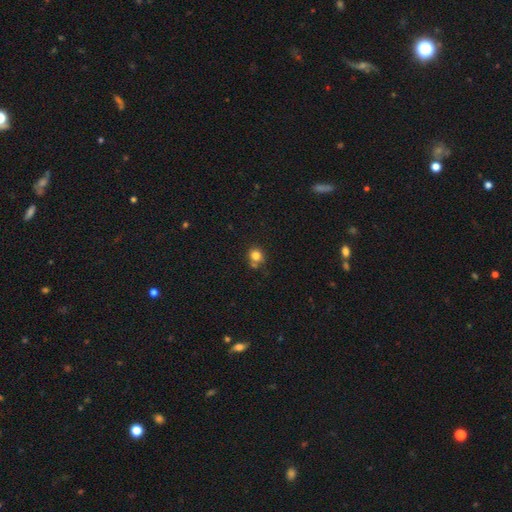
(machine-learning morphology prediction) Smooth or featured? Predicted: smooth (p=0.80). How rounded? Predicted: round (p=0.83). Merging? Predicted: none (p=0.64).